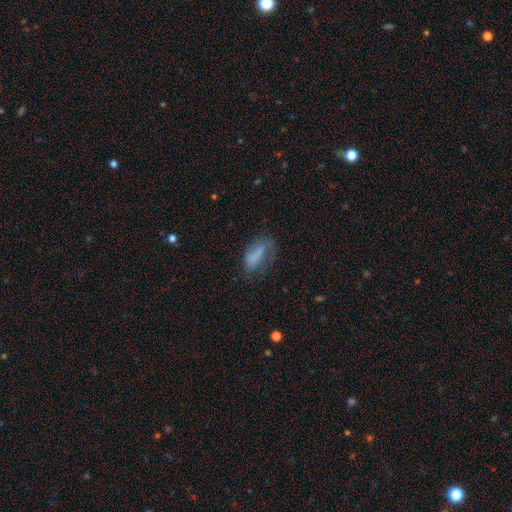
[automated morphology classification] The model was most divided on "merging": none: 39%, minor disturbance: 30%, major disturbance: 28%, merger: 3%. More confident: how rounded — in between (81%); smooth or featured — smooth (66%).